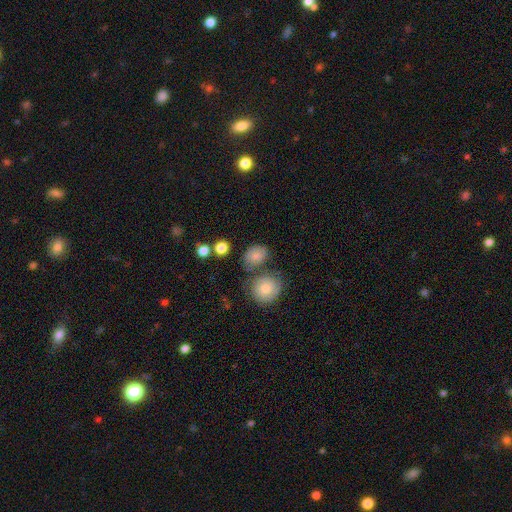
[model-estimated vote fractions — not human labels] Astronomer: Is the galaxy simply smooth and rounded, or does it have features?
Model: smooth — 78%.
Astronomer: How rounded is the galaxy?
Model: in between — 52% (runner-up: round, 47%).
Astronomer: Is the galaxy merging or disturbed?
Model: none — 58%.